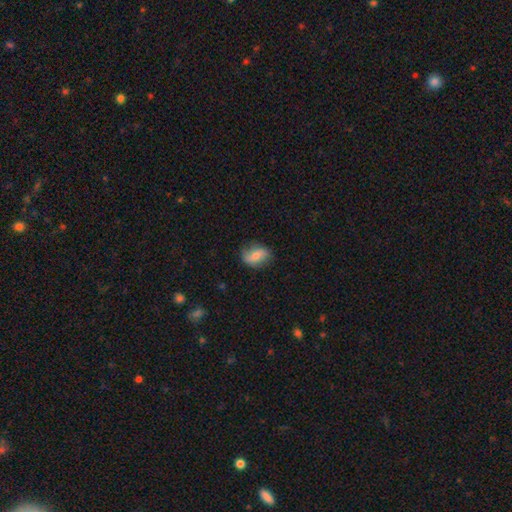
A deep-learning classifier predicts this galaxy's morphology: Overall: smooth (58%; featured or disk 34%). How rounded: in between (70%). Merging: none (75%).